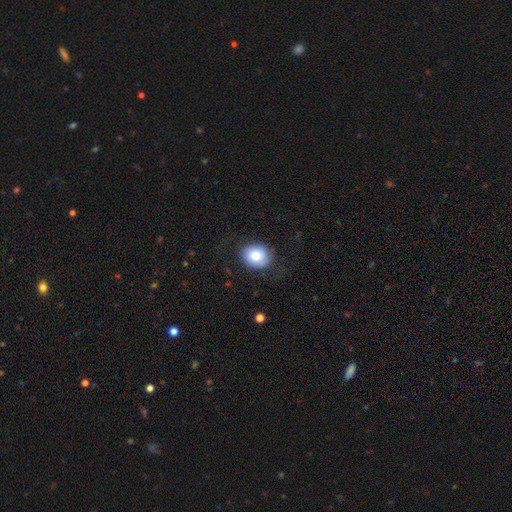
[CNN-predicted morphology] Smooth or featured?
  - smooth: 79% *
  - featured or disk: 12%
  - star or artifact: 9%
How rounded?
  - round: 66% *
  - in between: 33%
  - cigar-shaped: 1%
Merging?
  - none: 77% *
  - minor disturbance: 15%
  - major disturbance: 6%
  - merger: 1%